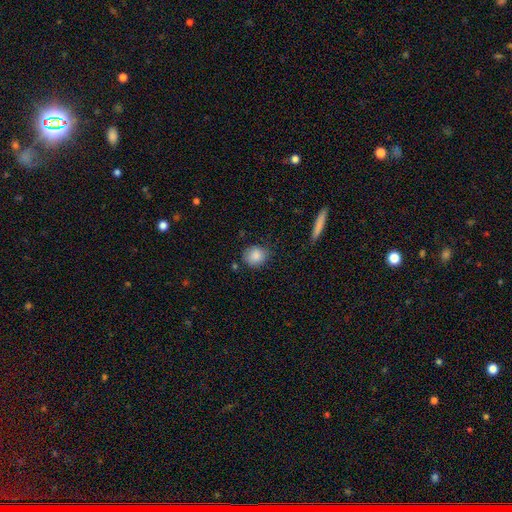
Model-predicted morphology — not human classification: Smooth or featured?
  - smooth: 87% *
  - star or artifact: 8%
  - featured or disk: 5%
How rounded?
  - round: 72% *
  - in between: 27%
  - cigar-shaped: 1%
Merging?
  - none: 76% *
  - minor disturbance: 18%
  - major disturbance: 4%
  - merger: 3%